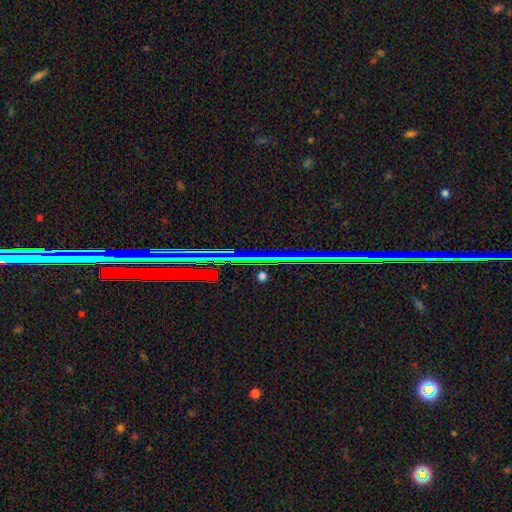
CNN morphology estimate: Smooth or featured?
  - star or artifact: 80% *
  - featured or disk: 11%
  - smooth: 9%